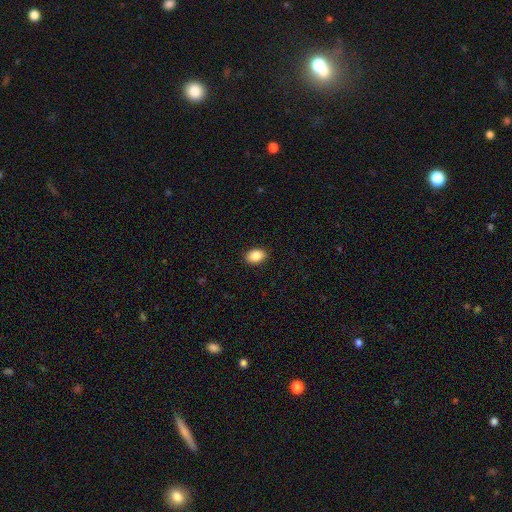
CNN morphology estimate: smooth_or_featured: smooth (p=0.88) [alt: star or artifact p=0.08]
how_rounded: in between (p=0.79) [alt: round p=0.19]
merging: none (p=0.91) [alt: minor disturbance p=0.07]